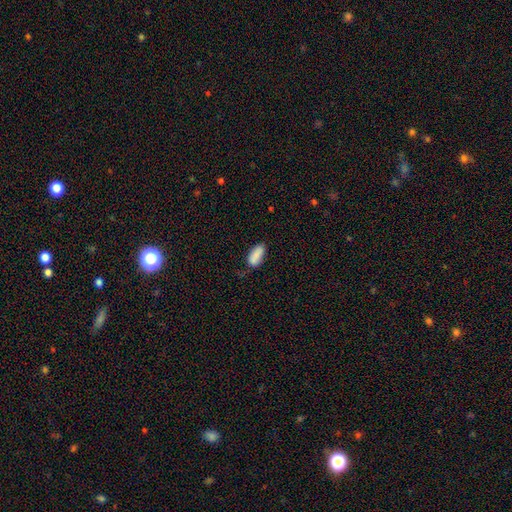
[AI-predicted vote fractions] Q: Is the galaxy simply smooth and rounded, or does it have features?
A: smooth — 86%.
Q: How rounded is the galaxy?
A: in between — 90%.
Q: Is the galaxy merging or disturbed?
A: none — 64%.